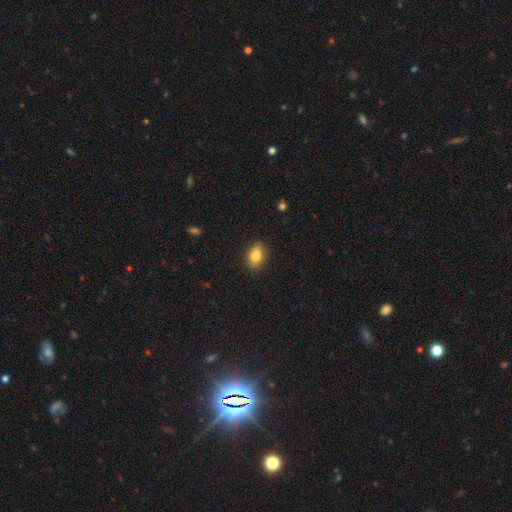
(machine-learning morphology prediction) This appears to be a smooth galaxy with no disk features (83%) that is in between round and cigar-shaped (87%). Merging: none (88%).